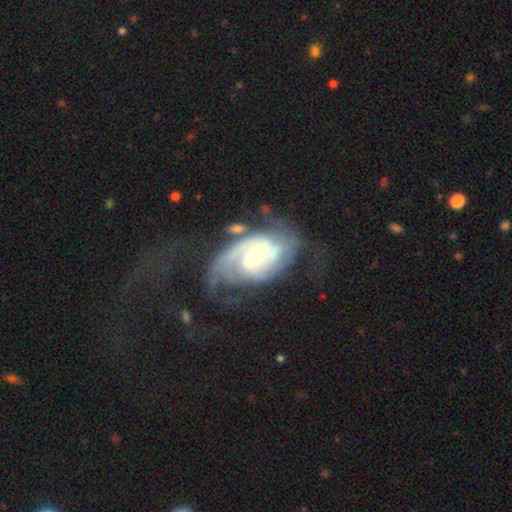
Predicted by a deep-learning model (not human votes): The model was most divided on "bar": no: 45%, weak: 42%, strong: 13%. Remaining: edge-on disk — no (96%); spiral arms — yes (94%); smooth or featured — featured or disk (86%); bulge size — moderate (58%); spiral arm count — 2 (47%); spiral winding — tight (46%); merging — none (43%).